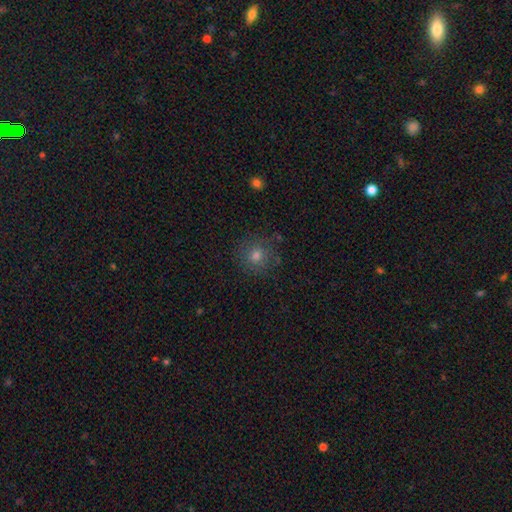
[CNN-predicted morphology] Smooth or featured?
  - smooth: 61% *
  - star or artifact: 26%
  - featured or disk: 13%
How rounded?
  - round: 94% *
  - in between: 5%
  - cigar-shaped: 1%
Merging?
  - none: 86% *
  - minor disturbance: 10%
  - major disturbance: 3%
  - merger: 1%